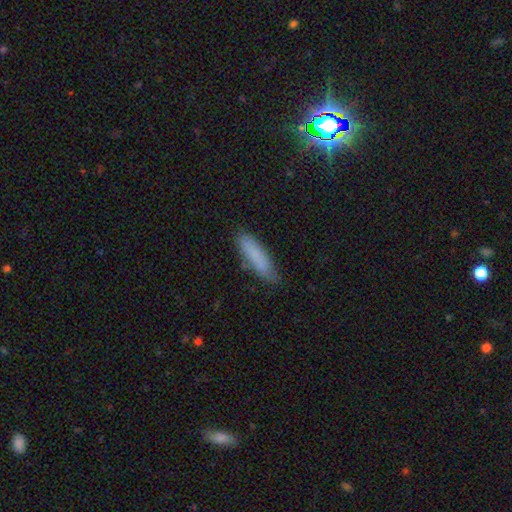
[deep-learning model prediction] A smooth galaxy with no disk features (81%) that is cigar-shaped (73%). Merging: none (77%).